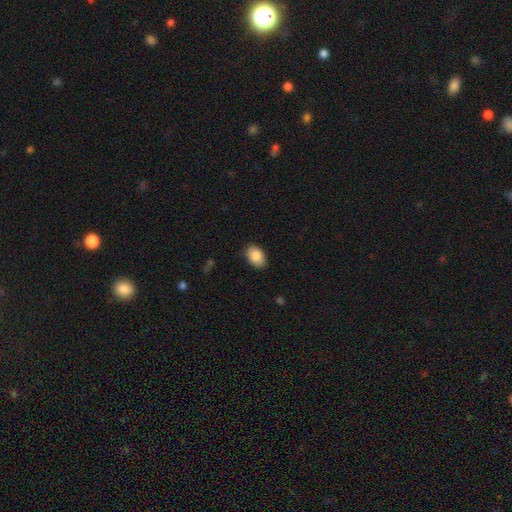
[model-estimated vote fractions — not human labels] Q: Smooth or featured?
A: smooth (88%); runner-up: star or artifact (7%)
Q: How rounded?
A: in between (84%); runner-up: round (15%)
Q: Merging?
A: none (86%); runner-up: minor disturbance (11%)